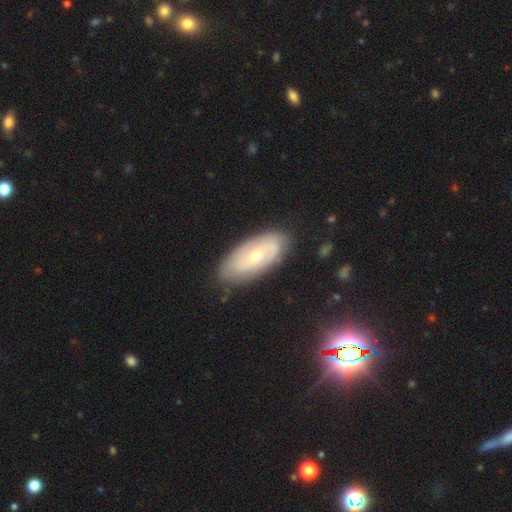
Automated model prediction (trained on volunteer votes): Overall: featured or disk (67%). Edge-on disk: no (91%). Bar: no (56%; weak 35%). Spiral arms: yes (82%). Spiral arm count: 2 (46%; can't tell 40%). Spiral winding: tight (57%; medium 31%). Bulge size: small (52%; moderate 44%). Merging: none (80%).